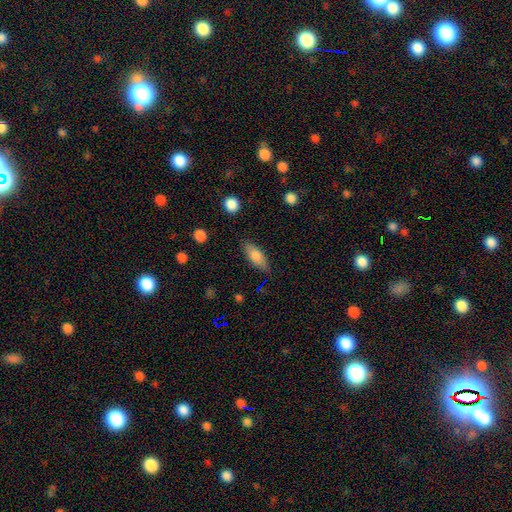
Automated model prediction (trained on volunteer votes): Morphology: type=smooth (76%); roundness=in between (70%); merging=none (82%).